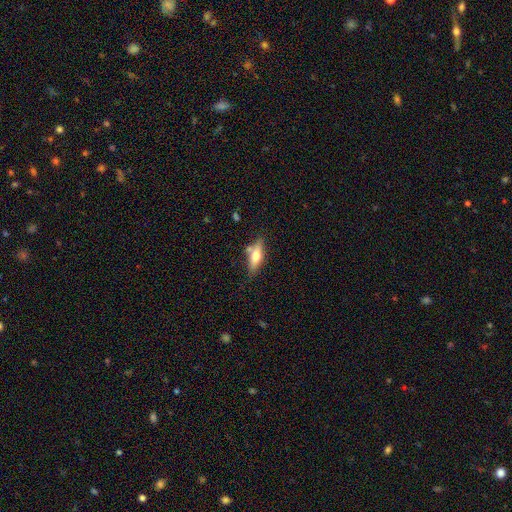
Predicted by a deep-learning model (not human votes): The model was most divided on "how rounded": in between: 60%, cigar-shaped: 37%, round: 3%. More confident: merging — none (68%); smooth or featured — smooth (61%).